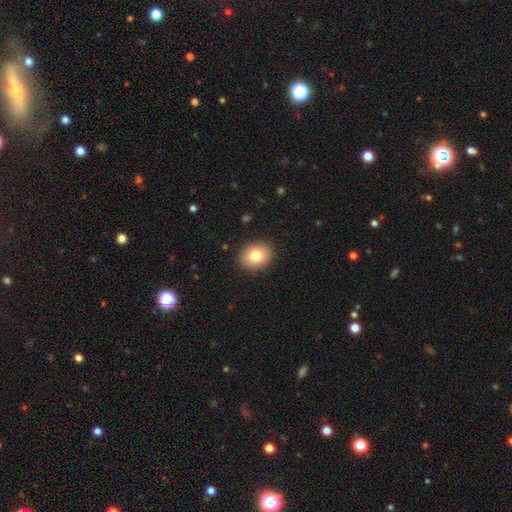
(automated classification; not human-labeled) The model was most divided on "how rounded": round: 55%, in between: 44%, cigar-shaped: 1%. More confident: merging — none (90%); smooth or featured — smooth (81%).